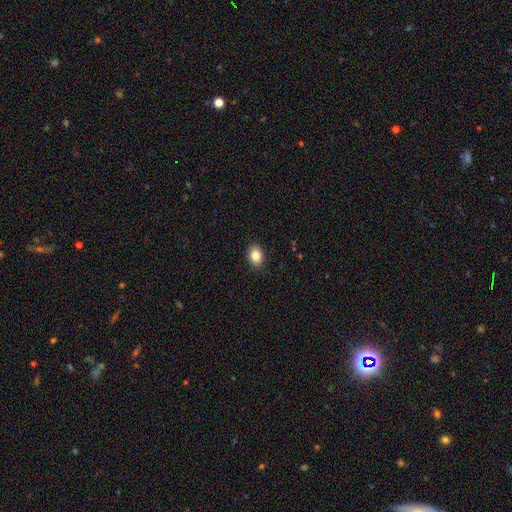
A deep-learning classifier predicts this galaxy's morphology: Smooth or featured? smooth (84%)
How rounded? in between (66%)
Merging? none (89%)